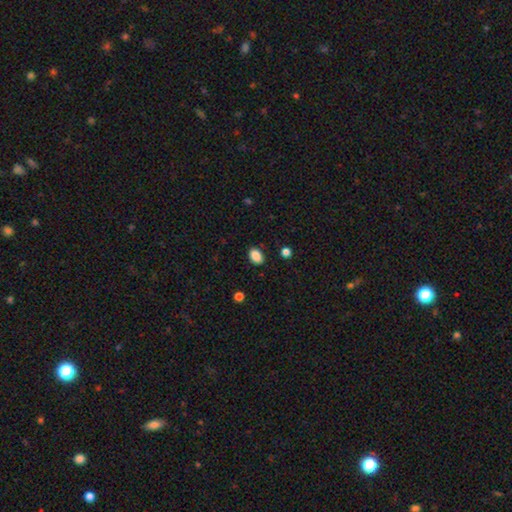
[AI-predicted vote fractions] A smooth galaxy with no disk features (88%) that is in between round and cigar-shaped (82%). Merging: none (86%).